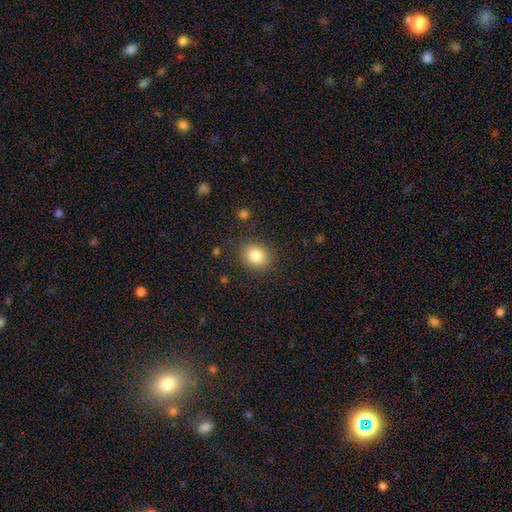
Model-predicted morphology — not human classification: This appears to be a smooth galaxy with no disk features (84%) that is round (66%). Merging: none (85%).